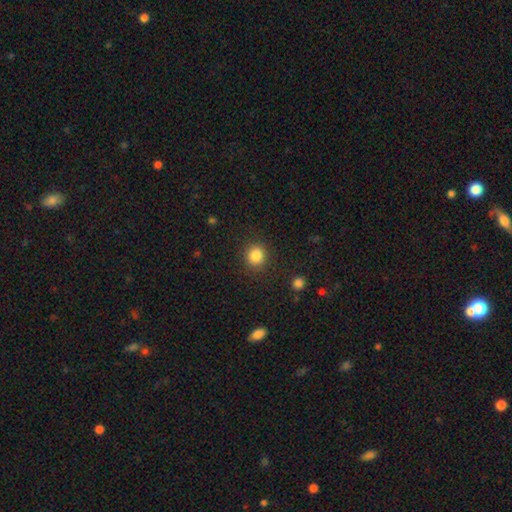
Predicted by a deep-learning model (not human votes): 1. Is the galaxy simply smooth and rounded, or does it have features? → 85% smooth, 11% star or artifact, 5% featured or disk.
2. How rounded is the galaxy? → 88% round, 11% in between, 1% cigar-shaped.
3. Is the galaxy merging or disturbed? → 89% none, 7% minor disturbance, 3% major disturbance, 1% merger.